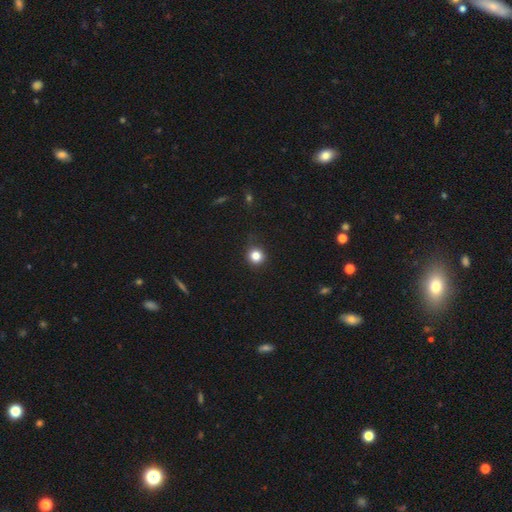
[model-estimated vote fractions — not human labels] Smooth or featured: smooth — 83% (star or artifact — 13%)
How rounded: round — 92% (in between — 7%)
Merging: none — 88% (minor disturbance — 8%)